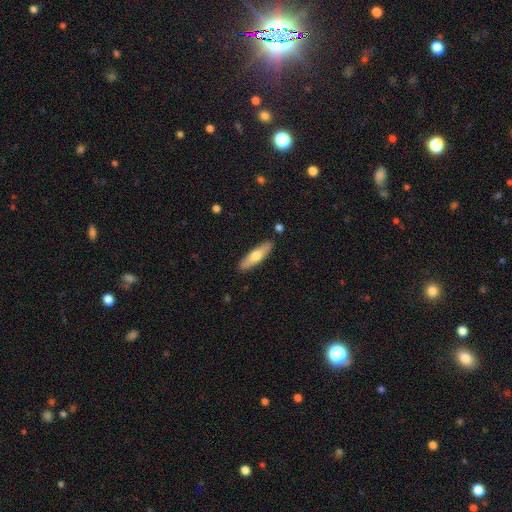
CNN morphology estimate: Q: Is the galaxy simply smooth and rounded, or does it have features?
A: smooth — 62%.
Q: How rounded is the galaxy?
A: cigar-shaped — 66%.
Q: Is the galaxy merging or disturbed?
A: none — 88%.